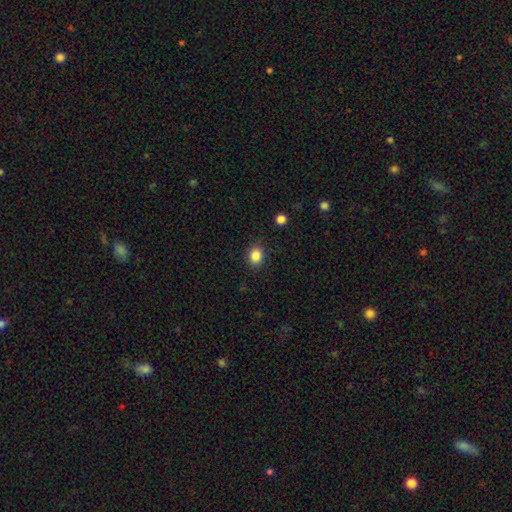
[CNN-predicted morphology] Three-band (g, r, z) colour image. It shows a smooth galaxy with no disk features (86%) that is round (62%). Merging: none (87%).